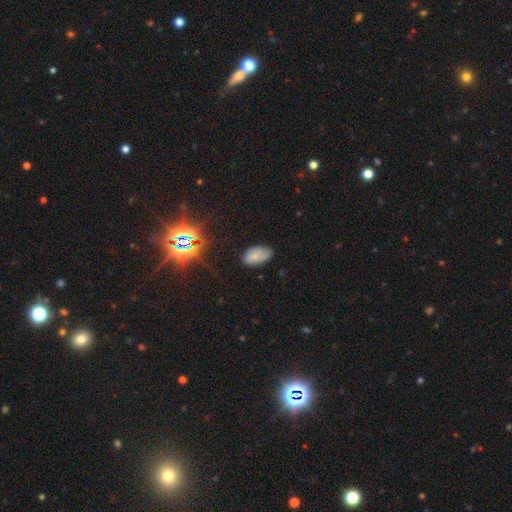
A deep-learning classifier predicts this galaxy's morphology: A smooth galaxy with no disk features (74%) that is in between round and cigar-shaped (94%). Merging: none (71%).